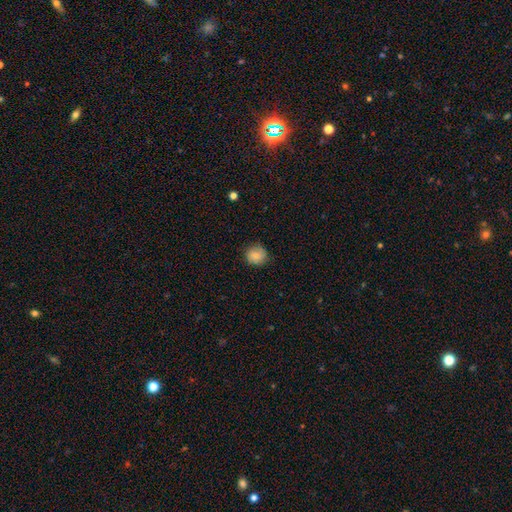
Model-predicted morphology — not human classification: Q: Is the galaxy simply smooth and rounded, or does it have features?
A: smooth — 85%.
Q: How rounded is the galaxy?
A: round — 87%.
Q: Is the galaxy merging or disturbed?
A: none — 80%.